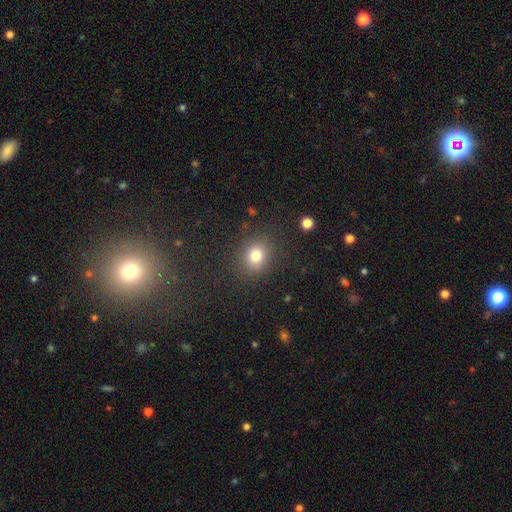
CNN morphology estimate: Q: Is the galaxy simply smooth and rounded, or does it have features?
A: smooth — 79%.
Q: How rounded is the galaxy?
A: round — 73%.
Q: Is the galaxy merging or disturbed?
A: none — 86%.